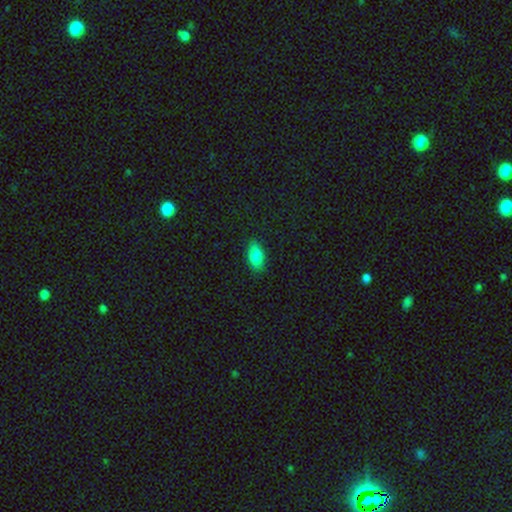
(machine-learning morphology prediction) A smooth galaxy with no disk features (85%) that is in between round and cigar-shaped (89%). Merging: none (88%).